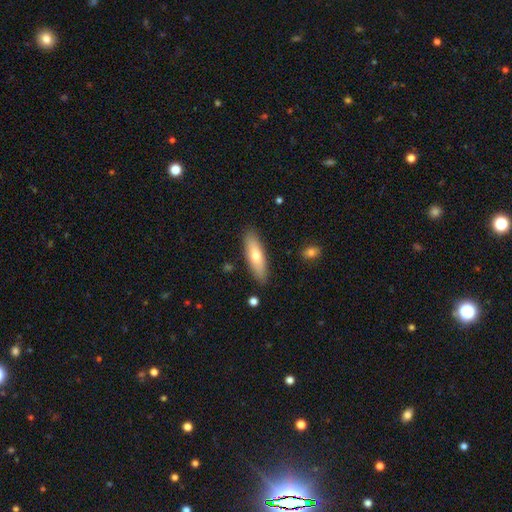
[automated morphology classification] A smooth galaxy with no disk features (66%) that is cigar-shaped (62%).

Vote fractions:
- Smooth or featured? smooth: 66% / featured or disk: 28% / star or artifact: 6%
- How rounded? cigar-shaped: 62% / in between: 37% / round: 2%
- Merging? none: 87% / minor disturbance: 9% / major disturbance: 2% / merger: 2%